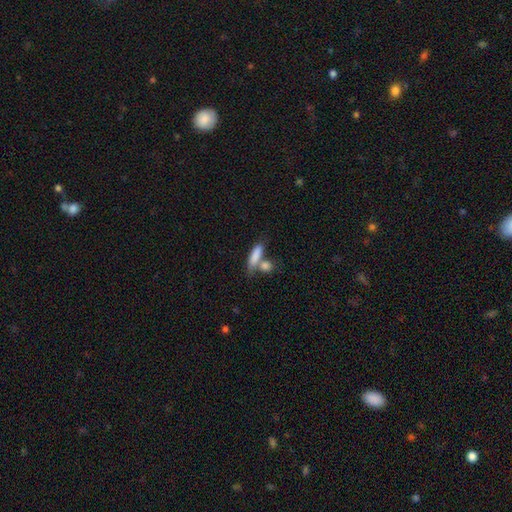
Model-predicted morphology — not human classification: smooth-or-featured: smooth: 82% | featured or disk: 11% | star or artifact: 7%
  how-rounded: in between: 49% | cigar-shaped: 45% | round: 5%
  merging: none: 45% | merger: 37% | minor disturbance: 12% | major disturbance: 5%